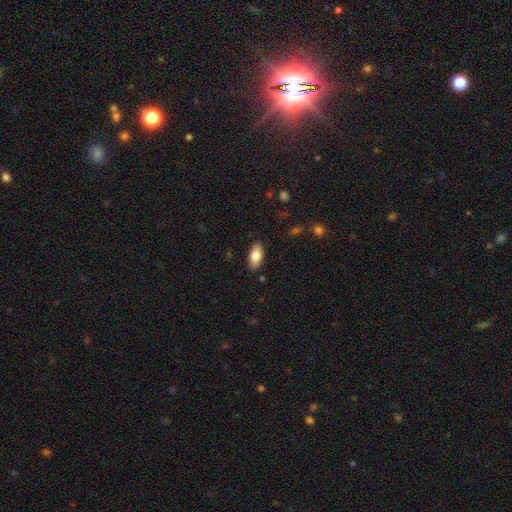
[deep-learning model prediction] The model was most divided on "smooth or featured": smooth: 80%, featured or disk: 14%, star or artifact: 6%. More confident: how rounded — in between (89%); merging — none (88%).